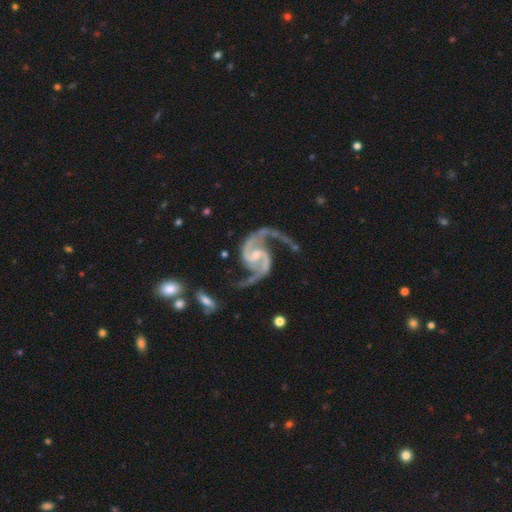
A featured or disk galaxy (97%) with a weak bar (50%), 2 (100%) medium (53%) spiral arms (100%) and a small central bulge (66%).

Vote fractions:
- Smooth or featured? featured or disk: 97% / smooth: 3% / star or artifact: 0%
- Edge-on disk? no: 100% / yes: 0%
- Bar? weak: 50% / no: 34% / strong: 16%
- Spiral arms? yes: 100% / no: 0%
- Spiral winding? medium: 53% / loose: 42% / tight: 5%
- Spiral arm count? 2: 100% / 1: 0% / 3: 0% / 4: 0% / more than 4: 0% / can't tell: 0%
- Bulge size? small: 66% / moderate: 29% / none: 5% / dominant: 0% / large: 0%
- Merging? none: 67% / minor disturbance: 23% / major disturbance: 10% / merger: 0%